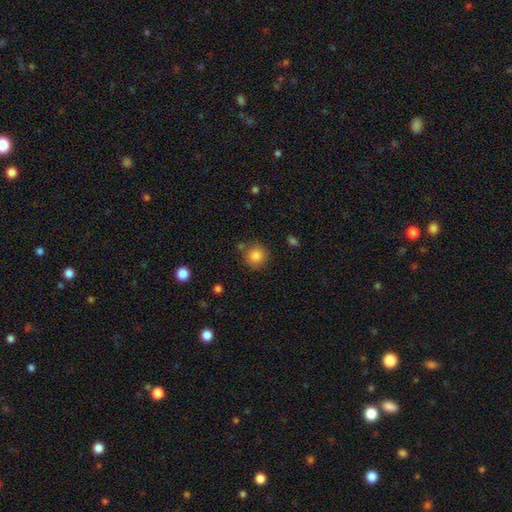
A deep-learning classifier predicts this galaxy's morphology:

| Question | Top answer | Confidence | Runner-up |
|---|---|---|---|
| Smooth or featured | smooth | 84% | star or artifact (10%) |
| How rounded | round | 90% | in between (9%) |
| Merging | none | 77% | minor disturbance (13%) |